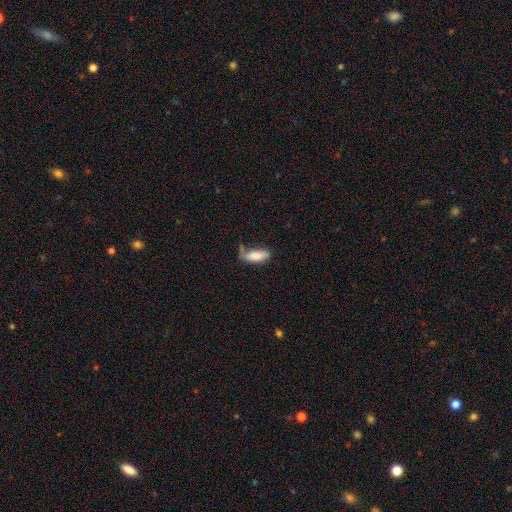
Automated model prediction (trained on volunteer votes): smooth_or_featured: smooth (p=0.80) [alt: featured or disk p=0.13]
how_rounded: in between (p=0.72) [alt: cigar-shaped p=0.26]
merging: none (p=0.44) [alt: minor disturbance p=0.30]